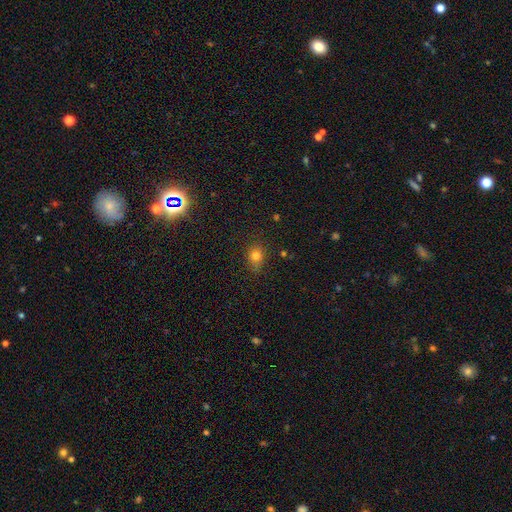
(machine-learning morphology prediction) The model was most divided on "how rounded": round: 65%, in between: 34%, cigar-shaped: 1%. More confident: smooth or featured — smooth (80%); merging — none (72%).